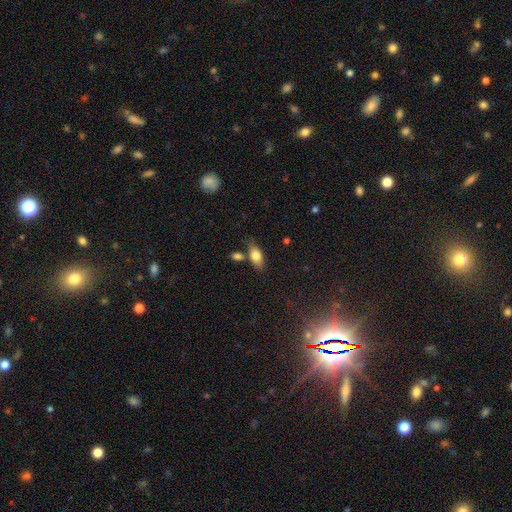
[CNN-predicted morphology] Smooth or featured?
  - smooth: 77% *
  - featured or disk: 16%
  - star or artifact: 8%
How rounded?
  - in between: 86% *
  - cigar-shaped: 9%
  - round: 5%
Merging?
  - none: 64% *
  - minor disturbance: 17%
  - merger: 14%
  - major disturbance: 5%